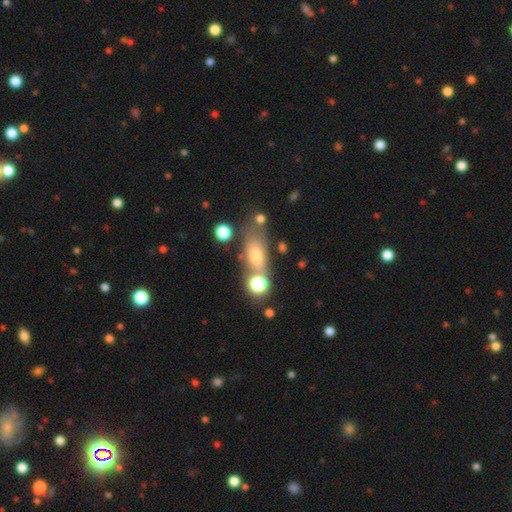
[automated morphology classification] The model was most divided on "merging": none: 56%, merger: 18%, minor disturbance: 17%, major disturbance: 9%. More confident: smooth or featured — smooth (65%); how rounded — in between (65%).